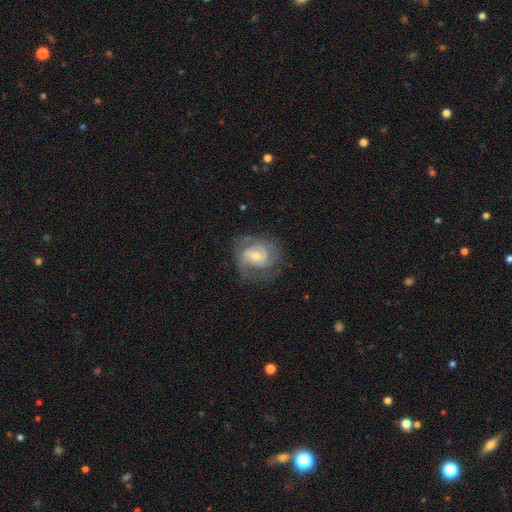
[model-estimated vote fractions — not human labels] Morphology: type=featured or disk (80%); edge-on=no (97%); bar=no (54%); spiral arms=yes (93%); winding=tight (46%); arm count=2 (48%); bulge=moderate (49%); merging=none (68%).